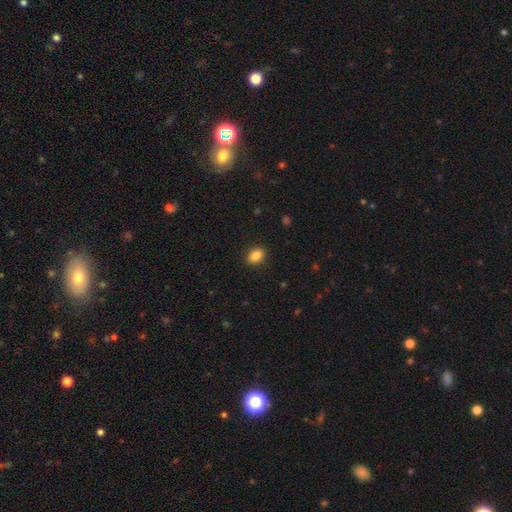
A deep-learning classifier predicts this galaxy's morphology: The model was most divided on "how rounded": in between: 74%, round: 24%, cigar-shaped: 1%. More confident: merging — none (88%); smooth or featured — smooth (88%).